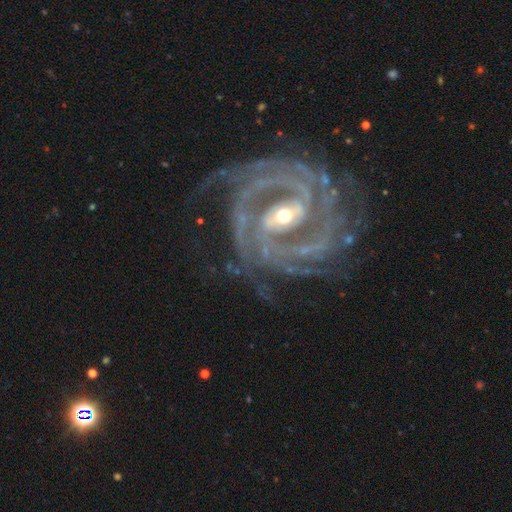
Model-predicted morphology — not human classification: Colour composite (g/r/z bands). It shows a featured or disk galaxy (93%) with a strong bar (47%), 2 (29%) tight (68%) spiral arms (98%) and a moderate central bulge (49%). Merging: none (70%).